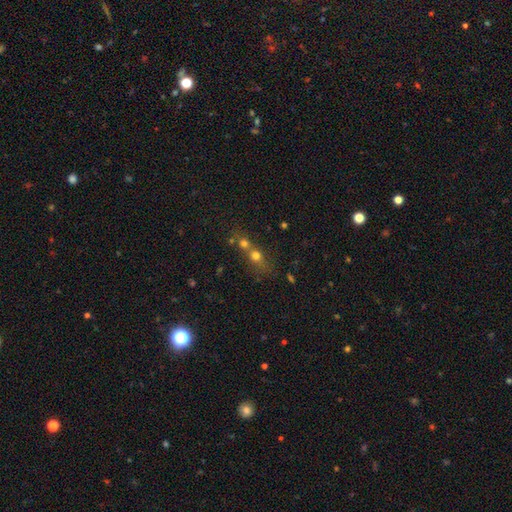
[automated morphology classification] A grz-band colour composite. It shows a smooth galaxy with no disk features (61%) that is round (66%). Merging: merger (58%).